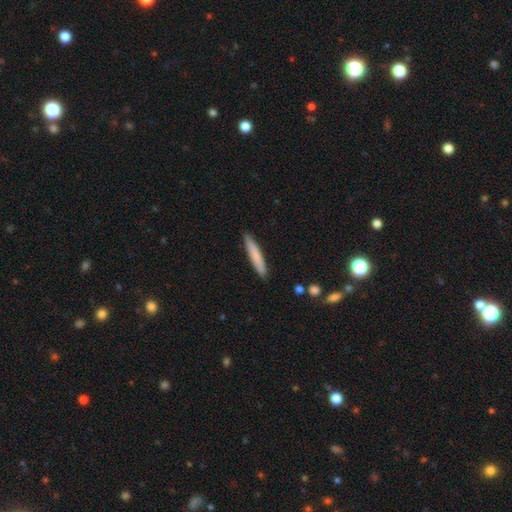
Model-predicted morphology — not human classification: Q: Smooth or featured?
A: smooth (75%); runner-up: featured or disk (19%)
Q: How rounded?
A: cigar-shaped (94%); runner-up: in between (5%)
Q: Merging?
A: none (90%); runner-up: minor disturbance (8%)